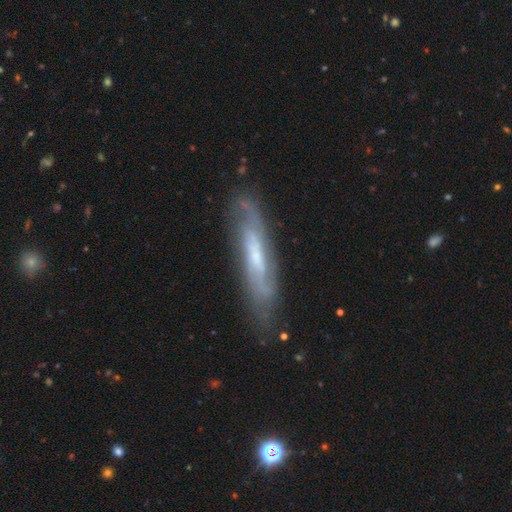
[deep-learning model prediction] smooth-or-featured: featured or disk: 73% | smooth: 21% | star or artifact: 6%
  disk-edge-on: no: 58% | yes: 42%
  merging: none: 78% | minor disturbance: 16% | major disturbance: 5% | merger: 2%